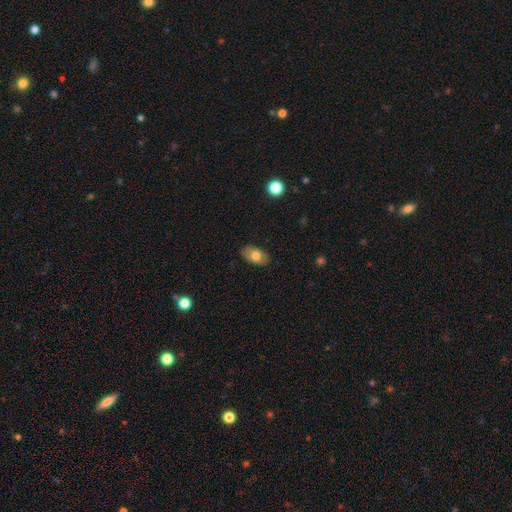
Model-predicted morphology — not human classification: This is likely a smooth galaxy (76%). How rounded: clearly in between (92%). Merging: clearly none (86%).